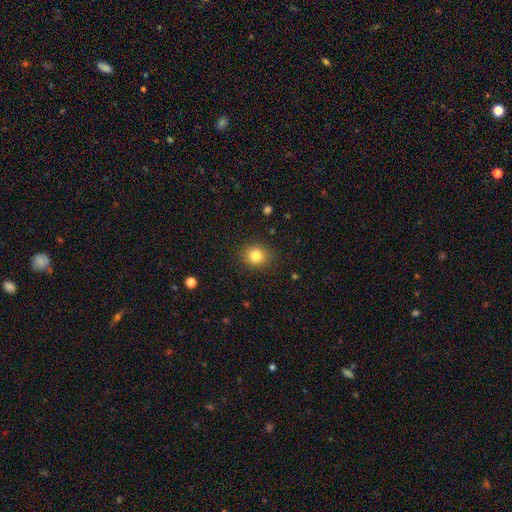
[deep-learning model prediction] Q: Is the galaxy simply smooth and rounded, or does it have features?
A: smooth — 83%.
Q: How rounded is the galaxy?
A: round — 81%.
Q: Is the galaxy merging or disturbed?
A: none — 88%.